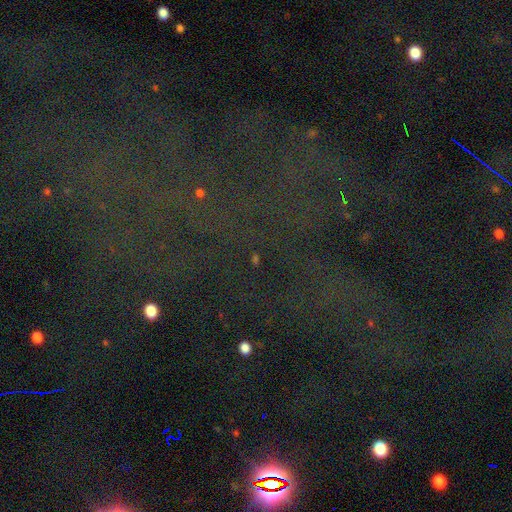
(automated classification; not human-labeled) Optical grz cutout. It shows a star or artifact, not a galaxy (75%).